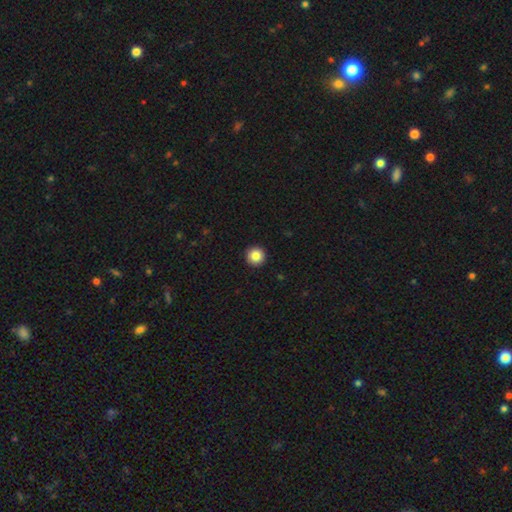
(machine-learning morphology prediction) A smooth galaxy with no disk features (85%) that is round (96%).

Vote fractions:
- Smooth or featured? smooth: 85% / star or artifact: 9% / featured or disk: 5%
- How rounded? round: 96% / in between: 3% / cigar-shaped: 1%
- Merging? none: 93% / minor disturbance: 4% / major disturbance: 1% / merger: 1%